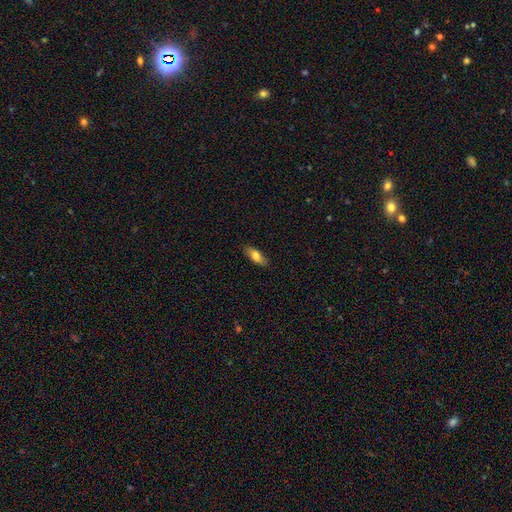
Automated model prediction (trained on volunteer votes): smooth-or-featured: smooth: 76% | featured or disk: 18% | star or artifact: 7%
  how-rounded: in between: 70% | cigar-shaped: 28% | round: 3%
  merging: none: 86% | minor disturbance: 11% | major disturbance: 2% | merger: 1%